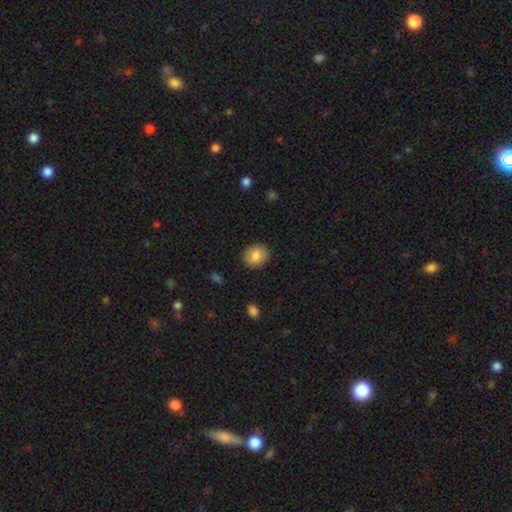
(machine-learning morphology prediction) Overall: smooth (80%). How rounded: round (73%). Merging: none (89%).